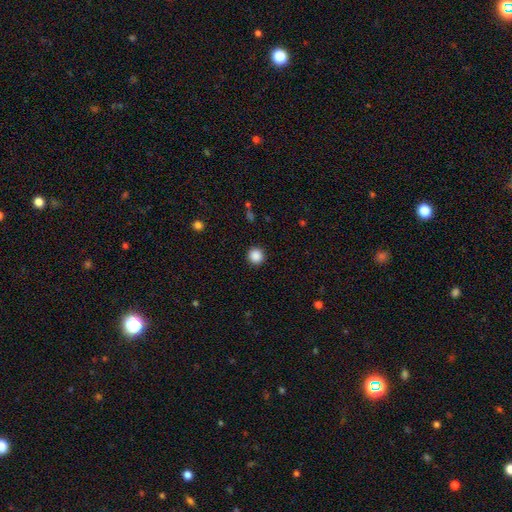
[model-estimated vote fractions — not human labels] This appears to be a smooth galaxy with no disk features (88%) that is round (95%). Merging: none (92%).